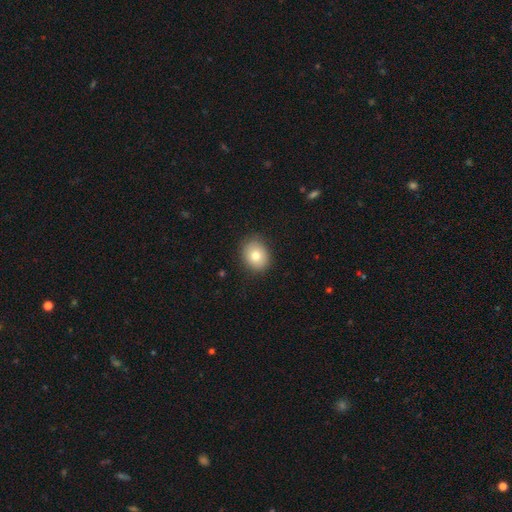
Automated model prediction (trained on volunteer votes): A smooth galaxy with no disk features (79%) that is round (58%). Merging: none (86%).